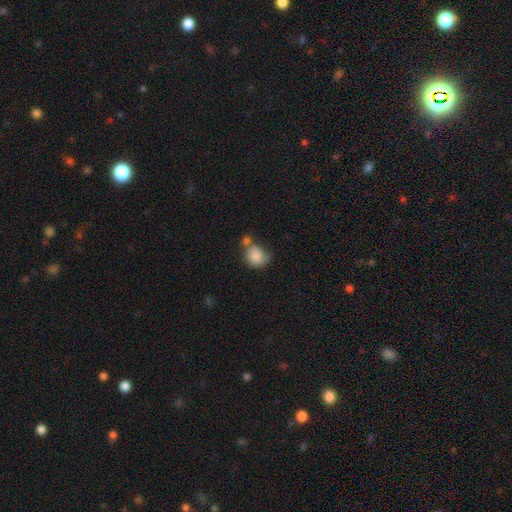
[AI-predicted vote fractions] smooth 84%, featured or disk 8%, star or artifact 8%. Down the decision tree: how rounded — round (73%); merging — none (36%).